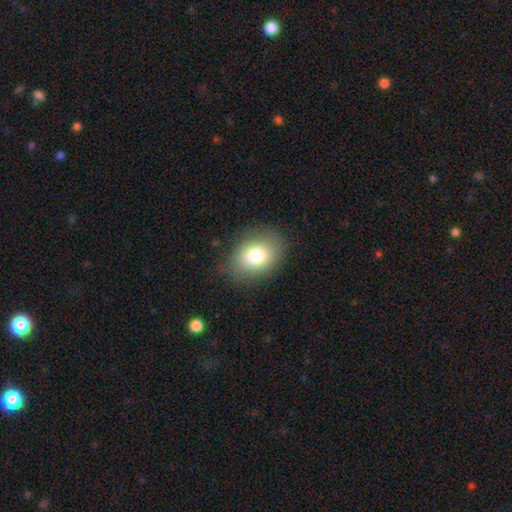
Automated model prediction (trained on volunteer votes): smooth-or-featured: smooth: 78% | featured or disk: 12% | star or artifact: 10%
  how-rounded: in between: 68% | round: 31% | cigar-shaped: 1%
  merging: none: 81% | minor disturbance: 13% | major disturbance: 5% | merger: 1%